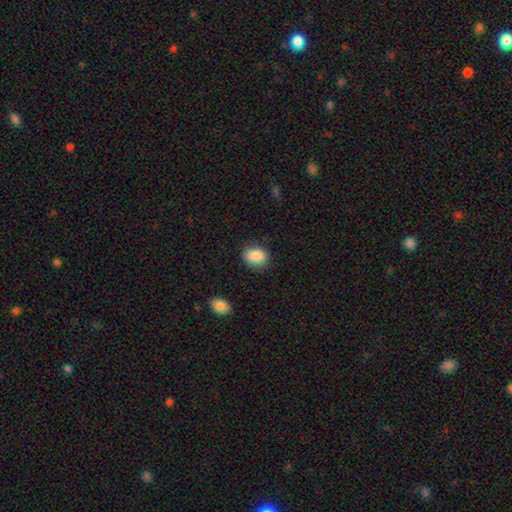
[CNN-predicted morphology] Smooth or featured?
  - smooth: 88% *
  - star or artifact: 8%
  - featured or disk: 5%
How rounded?
  - in between: 63% *
  - round: 36%
  - cigar-shaped: 1%
Merging?
  - none: 82% *
  - minor disturbance: 14%
  - major disturbance: 3%
  - merger: 1%